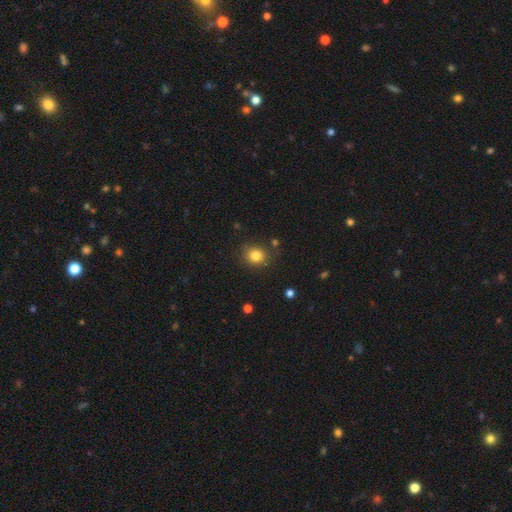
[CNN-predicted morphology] A smooth galaxy with no disk features (83%) that is round (74%).

Vote fractions:
- Smooth or featured? smooth: 83% / star or artifact: 11% / featured or disk: 6%
- How rounded? round: 74% / in between: 25% / cigar-shaped: 1%
- Merging? none: 81% / minor disturbance: 12% / major disturbance: 4% / merger: 3%